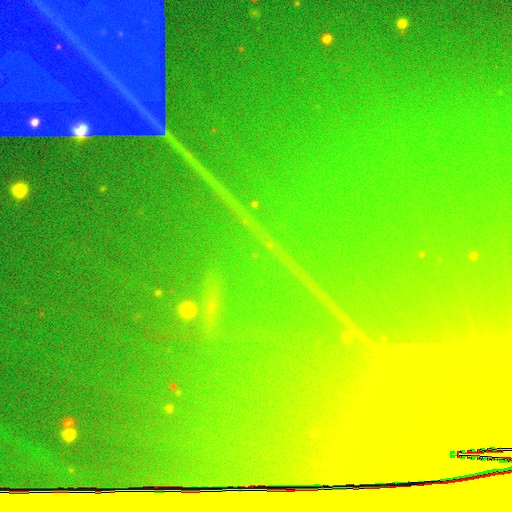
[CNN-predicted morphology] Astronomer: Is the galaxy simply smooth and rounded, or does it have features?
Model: star or artifact — 85%.